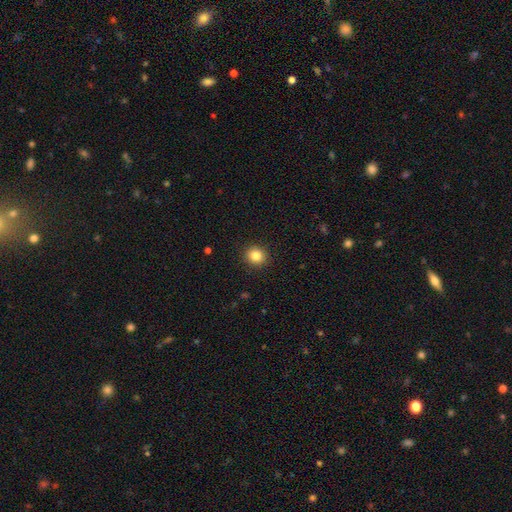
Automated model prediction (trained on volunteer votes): Smooth or featured? smooth (85%)
How rounded? round (84%)
Merging? none (91%)